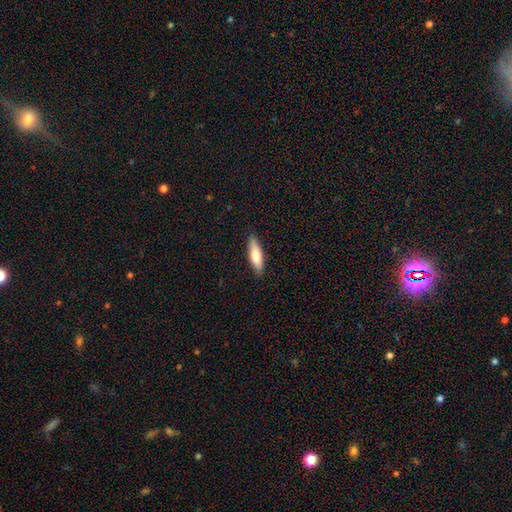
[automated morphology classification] Smooth or featured: smooth — 73% (featured or disk — 22%)
How rounded: cigar-shaped — 62% (in between — 36%)
Merging: none — 87% (minor disturbance — 10%)